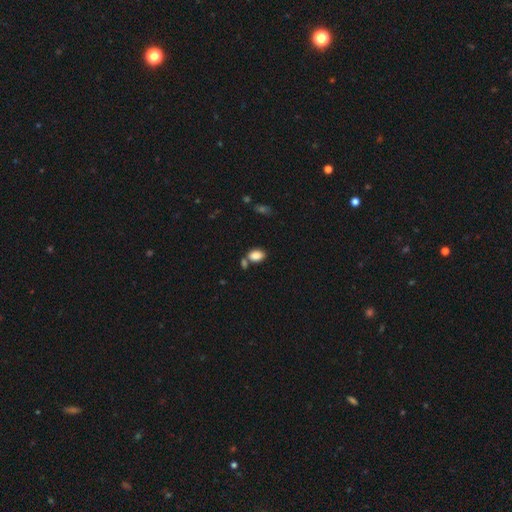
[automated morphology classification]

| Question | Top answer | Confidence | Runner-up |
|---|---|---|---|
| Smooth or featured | smooth | 86% | star or artifact (9%) |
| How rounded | in between | 86% | round (12%) |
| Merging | none | 58% | merger (24%) |